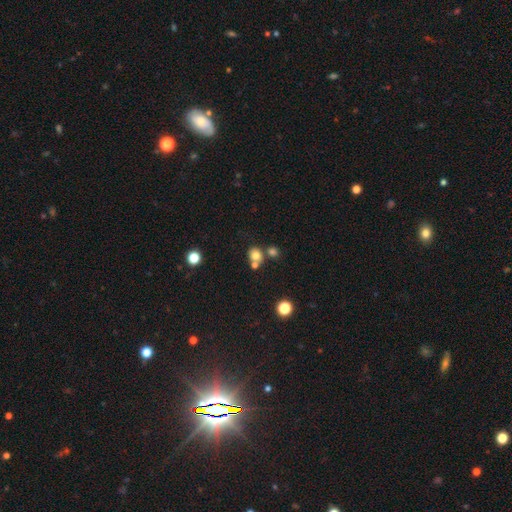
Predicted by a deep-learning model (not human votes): smooth-or-featured: smooth: 76% | star or artifact: 14% | featured or disk: 10%
  how-rounded: round: 70% | in between: 29% | cigar-shaped: 1%
  merging: none: 53% | merger: 33% | minor disturbance: 10% | major disturbance: 4%